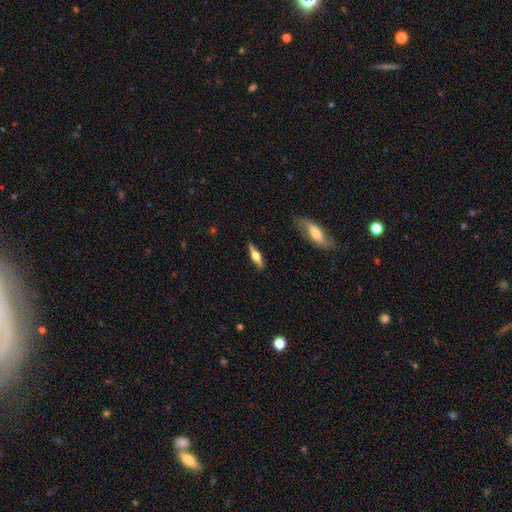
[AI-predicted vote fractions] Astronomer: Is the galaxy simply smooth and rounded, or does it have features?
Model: featured or disk — 64%.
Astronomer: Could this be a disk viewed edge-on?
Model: yes — 95%.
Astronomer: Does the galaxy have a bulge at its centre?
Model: rounded — 94%.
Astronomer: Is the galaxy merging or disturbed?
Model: none — 86%.